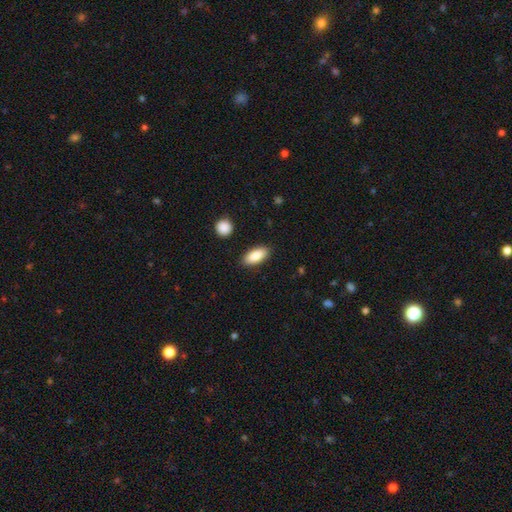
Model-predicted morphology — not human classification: This is clearly a smooth galaxy (86%). How rounded: clearly in between (87%). Merging: clearly none (88%).